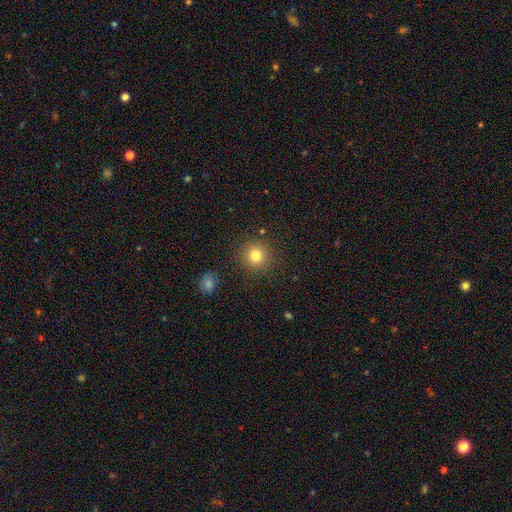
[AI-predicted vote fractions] smooth 80%, star or artifact 13%, featured or disk 7%. Down the decision tree: how rounded — round (93%); merging — none (88%).